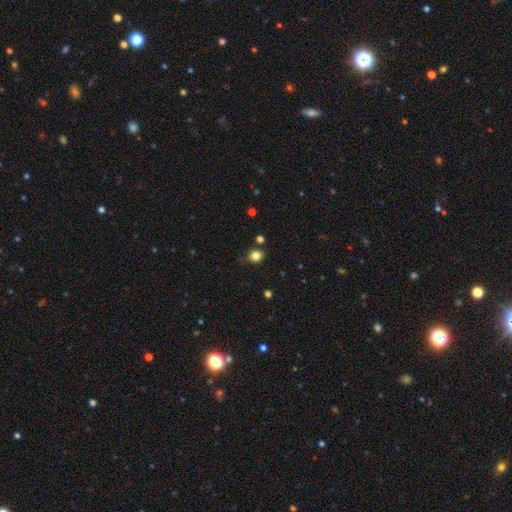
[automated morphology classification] A smooth galaxy with no disk features (82%) that is round (74%).

Vote fractions:
- Smooth or featured? smooth: 82% / star or artifact: 13% / featured or disk: 5%
- How rounded? round: 74% / in between: 25% / cigar-shaped: 1%
- Merging? none: 77% / minor disturbance: 16% / major disturbance: 4% / merger: 4%